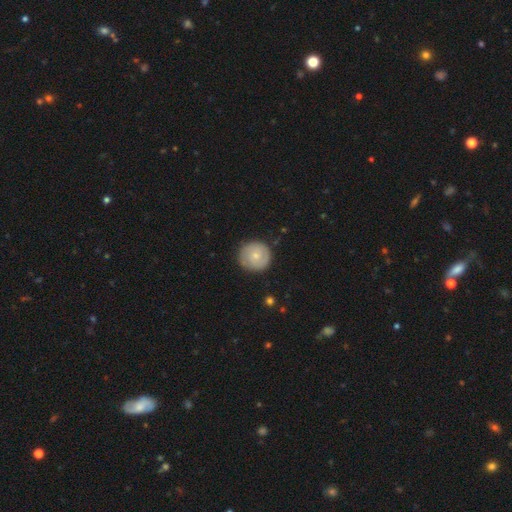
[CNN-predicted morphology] Overall: smooth (57%; featured or disk 37%). How rounded: round (94%). Merging: none (86%).